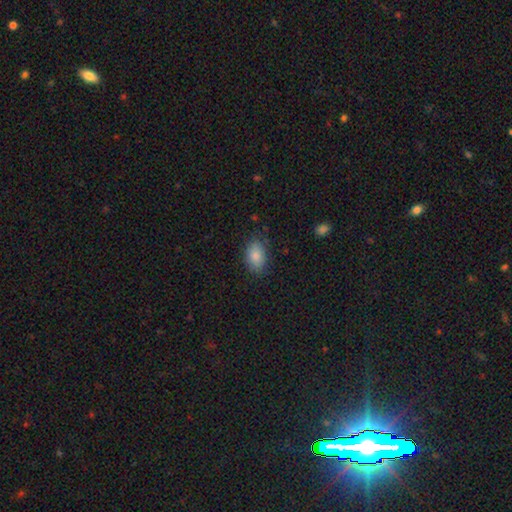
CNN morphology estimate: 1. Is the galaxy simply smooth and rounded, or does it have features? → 86% smooth, 8% star or artifact, 7% featured or disk.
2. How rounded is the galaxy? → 86% in between, 12% round, 1% cigar-shaped.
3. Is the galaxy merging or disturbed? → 80% none, 15% minor disturbance, 4% major disturbance, 1% merger.